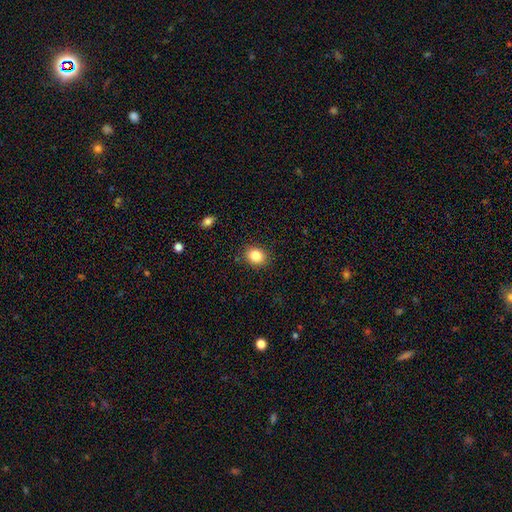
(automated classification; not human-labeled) This appears to be a smooth galaxy with no disk features (85%) that is round (50%). Merging: none (87%).